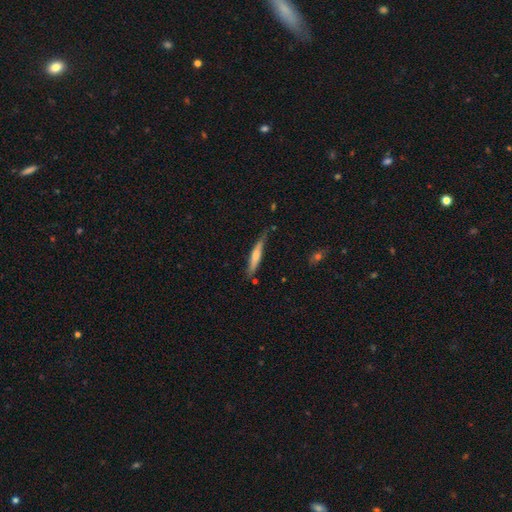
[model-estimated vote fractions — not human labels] smooth 55%, featured or disk 39%, star or artifact 5%. Down the decision tree: how rounded — cigar-shaped (92%); merging — none (70%).